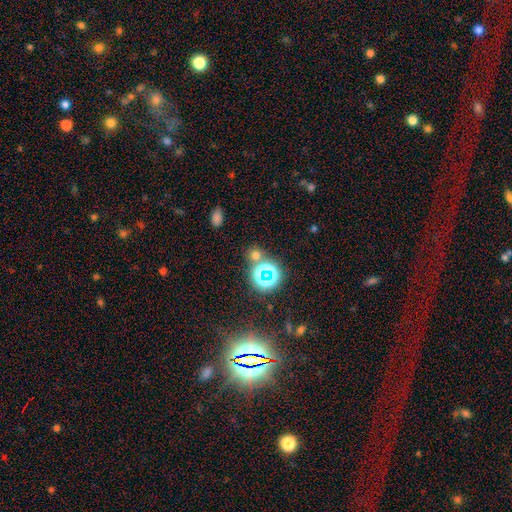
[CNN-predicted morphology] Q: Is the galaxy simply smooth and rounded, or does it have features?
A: smooth — 53%.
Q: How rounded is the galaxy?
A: round — 84%.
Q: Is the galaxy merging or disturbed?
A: none — 71%.